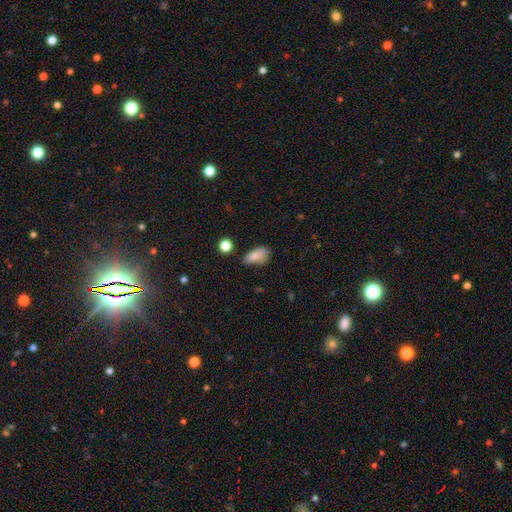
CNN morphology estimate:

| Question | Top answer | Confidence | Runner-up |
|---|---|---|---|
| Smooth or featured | smooth | 82% | star or artifact (9%) |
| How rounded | in between | 84% | cigar-shaped (11%) |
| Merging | none | 52% | minor disturbance (34%) |